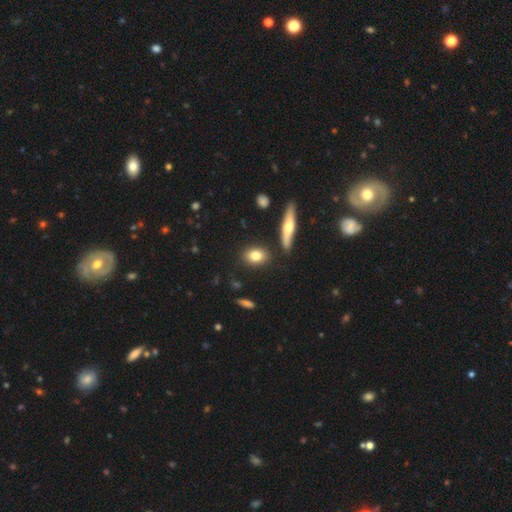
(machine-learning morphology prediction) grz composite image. It shows a smooth galaxy with no disk features (79%) that is in between round and cigar-shaped (71%). Merging: none (82%).